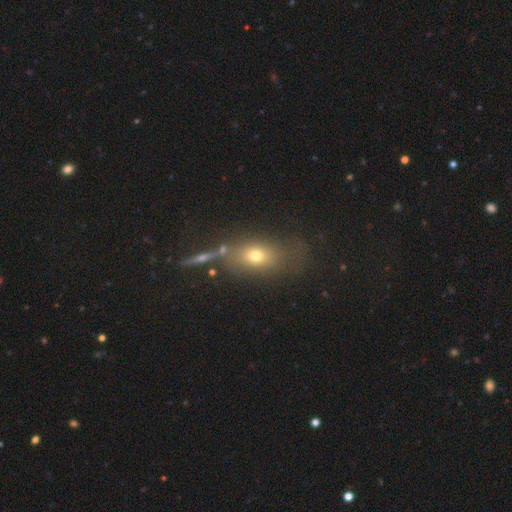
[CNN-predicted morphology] Smooth or featured? Predicted: smooth (p=0.63). How rounded? Predicted: in between (p=0.69). Merging? Predicted: none (p=0.61).